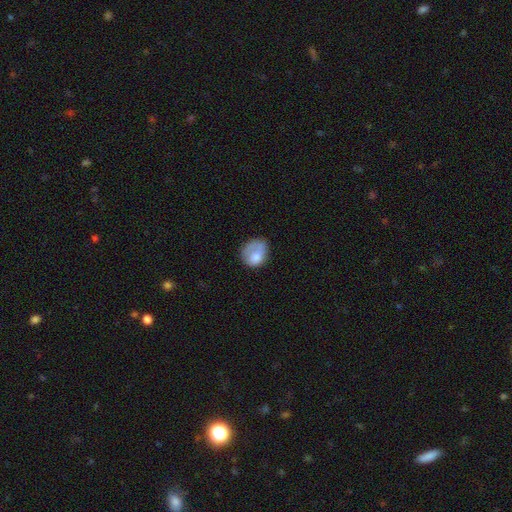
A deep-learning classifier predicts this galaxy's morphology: smooth-or-featured: smooth: 69% | featured or disk: 24% | star or artifact: 8%
  how-rounded: in between: 55% | round: 44% | cigar-shaped: 1%
  merging: none: 36% | minor disturbance: 30% | major disturbance: 29% | merger: 4%